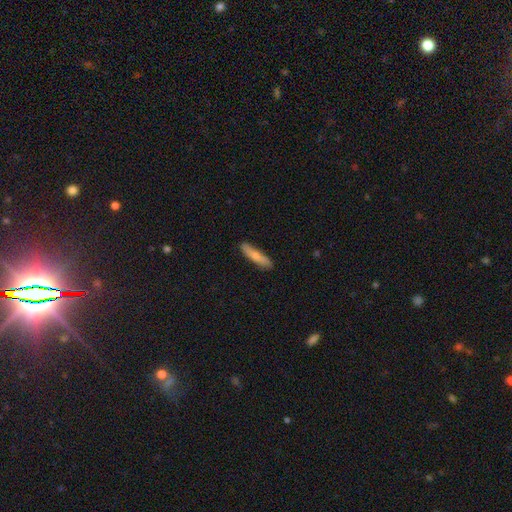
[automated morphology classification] This appears to be a smooth galaxy with no disk features (75%) that is cigar-shaped (84%). Merging: none (84%).